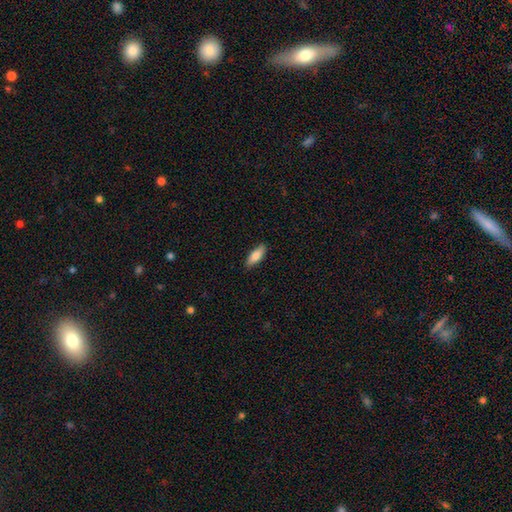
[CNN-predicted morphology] Smooth or featured: smooth — 81% (featured or disk — 14%)
How rounded: in between — 67% (cigar-shaped — 31%)
Merging: none — 88% (minor disturbance — 9%)